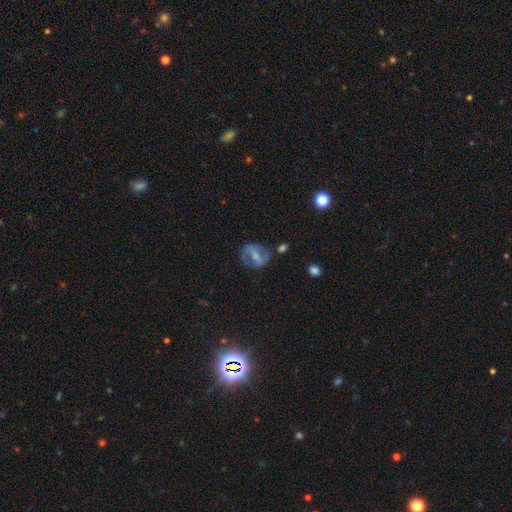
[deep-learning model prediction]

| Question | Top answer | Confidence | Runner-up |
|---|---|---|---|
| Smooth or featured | featured or disk | 61% | smooth (31%) |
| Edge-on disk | no | 93% | yes (7%) |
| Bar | strong | 46% | weak (33%) |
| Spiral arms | yes | 50% | tied: no (50%) |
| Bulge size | moderate | 50% | small (33%) |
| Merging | none | 61% | minor disturbance (20%) |